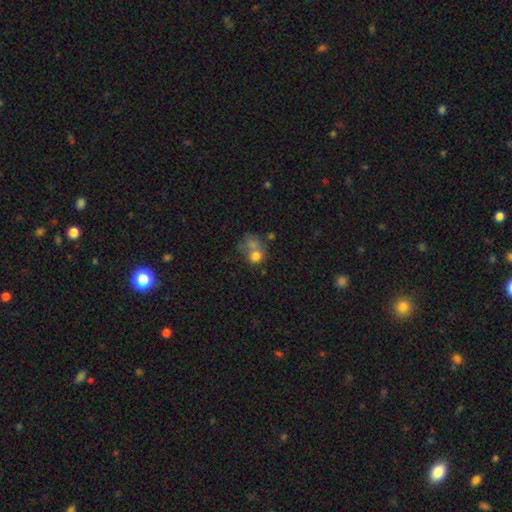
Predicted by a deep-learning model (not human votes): The model was most divided on "merging": merger: 53%, none: 27%, major disturbance: 10%, minor disturbance: 10%. More confident: smooth or featured — smooth (71%); how rounded — round (69%).